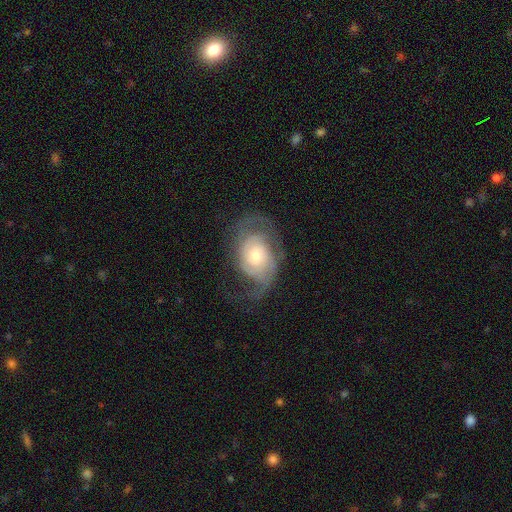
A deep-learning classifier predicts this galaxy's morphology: featured or disk 82%, smooth 12%, star or artifact 5%. Down the decision tree: edge-on disk — no (97%); bar — no (73%); spiral arms — yes (94%); spiral arm count — 2 (64%); spiral winding — medium (41%); bulge size — moderate (49%); merging — none (61%).